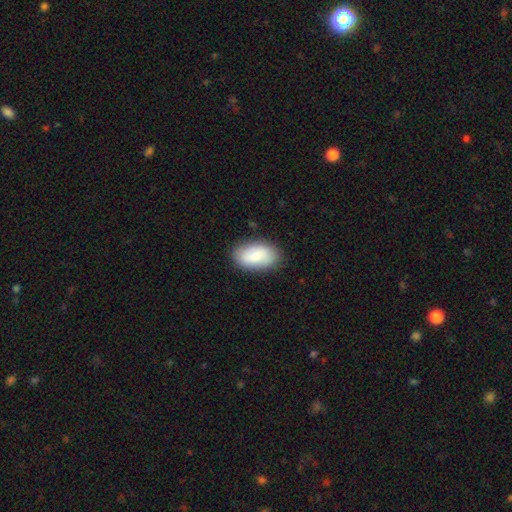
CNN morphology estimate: type=smooth (73%); roundness=in between (93%); merging=none (83%).